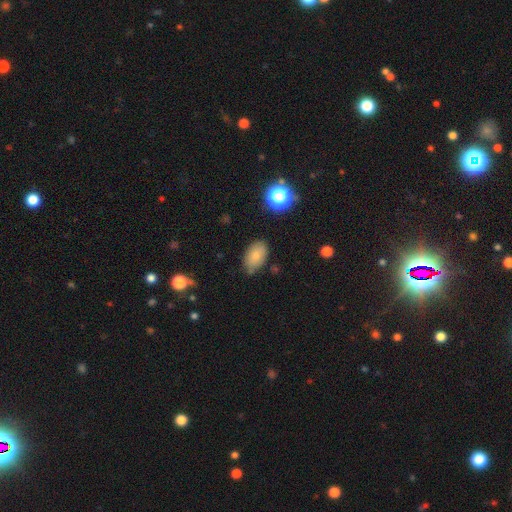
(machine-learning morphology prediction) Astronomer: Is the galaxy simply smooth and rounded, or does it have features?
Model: smooth — 80%.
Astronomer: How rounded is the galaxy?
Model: in between — 91%.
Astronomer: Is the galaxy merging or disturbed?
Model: none — 74%.